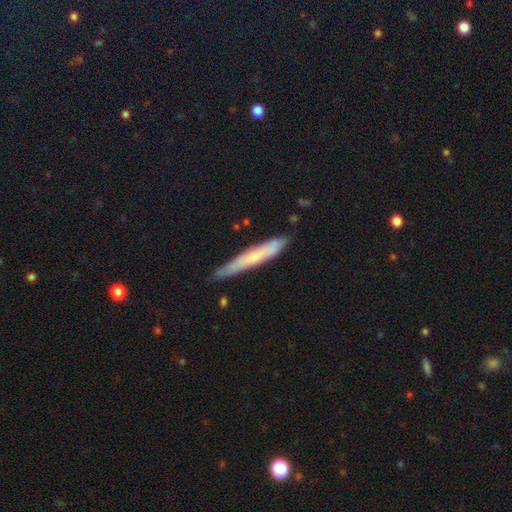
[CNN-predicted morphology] Smooth or featured?
  - smooth: 50% *
  - featured or disk: 43%
  - star or artifact: 7%
How rounded?
  - cigar-shaped: 95% *
  - in between: 4%
  - round: 1%
Merging?
  - none: 78% *
  - minor disturbance: 18%
  - major disturbance: 2%
  - merger: 2%